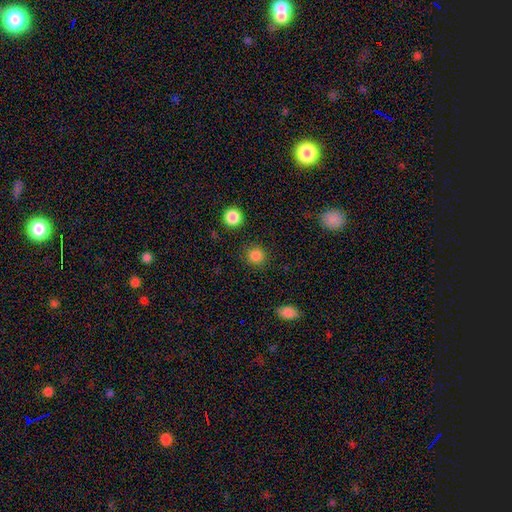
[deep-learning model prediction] This is clearly a smooth galaxy (85%). How rounded: clearly round (93%). Merging: clearly none (89%).